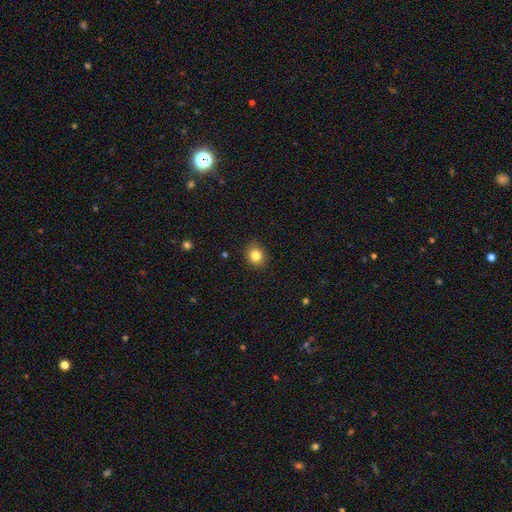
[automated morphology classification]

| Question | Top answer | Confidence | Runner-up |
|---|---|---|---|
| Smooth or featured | smooth | 83% | star or artifact (11%) |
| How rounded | round | 78% | in between (21%) |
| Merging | none | 87% | minor disturbance (10%) |